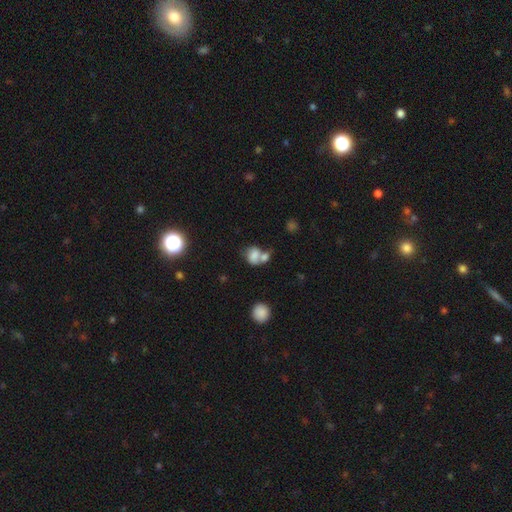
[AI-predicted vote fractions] Smooth or featured? smooth (72%)
How rounded? in between (54%)
Merging? merger (58%)